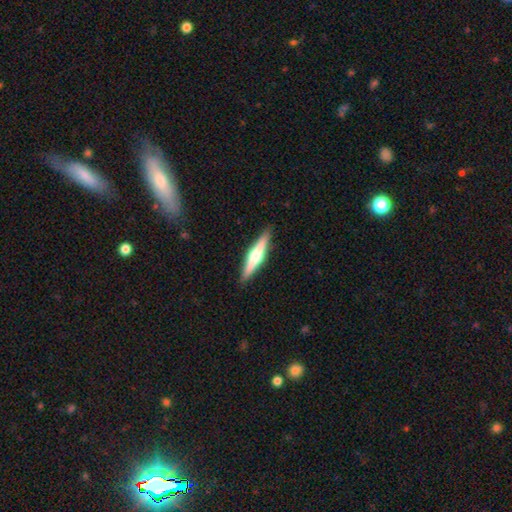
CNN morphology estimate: Smooth or featured: featured or disk — 64% (smooth — 31%)
Edge-on disk: yes — 97% (no — 3%)
Edge-on bulge: rounded — 91% (boxy — 5%)
Merging: none — 91% (minor disturbance — 7%)